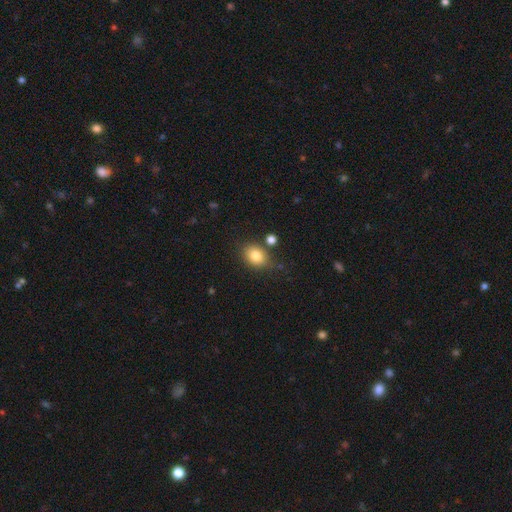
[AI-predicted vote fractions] A smooth galaxy with no disk features (82%) that is in between round and cigar-shaped (54%).

Vote fractions:
- Smooth or featured? smooth: 82% / star or artifact: 10% / featured or disk: 8%
- How rounded? in between: 54% / round: 45% / cigar-shaped: 1%
- Merging? none: 72% / minor disturbance: 15% / merger: 9% / major disturbance: 4%